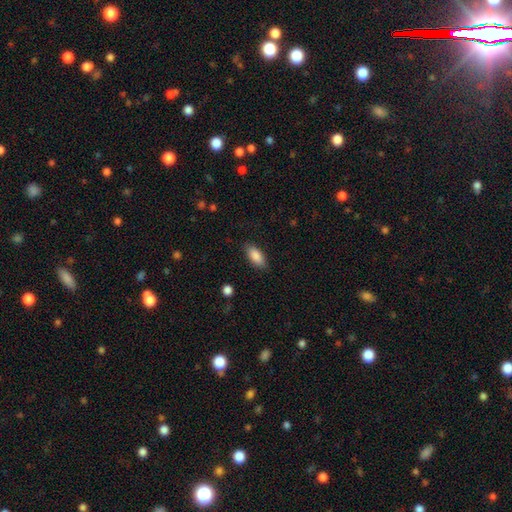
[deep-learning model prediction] Overall: smooth (88%). How rounded: in between (86%). Merging: none (86%).